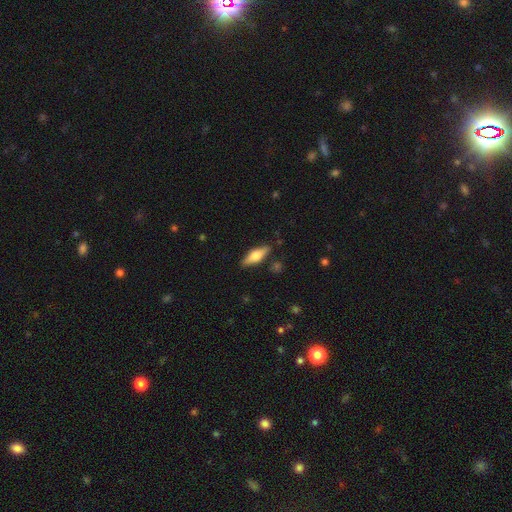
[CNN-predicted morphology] This is possibly a featured or disk galaxy (48%). Merging: clearly none (86%).